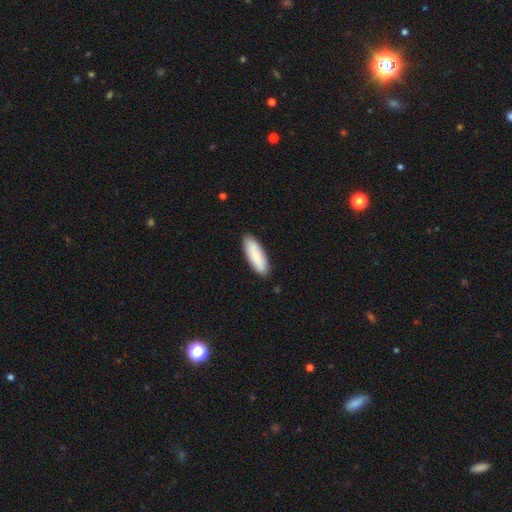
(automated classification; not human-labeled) Overall: smooth (84%). How rounded: in between (58%; cigar-shaped 40%). Merging: none (88%).